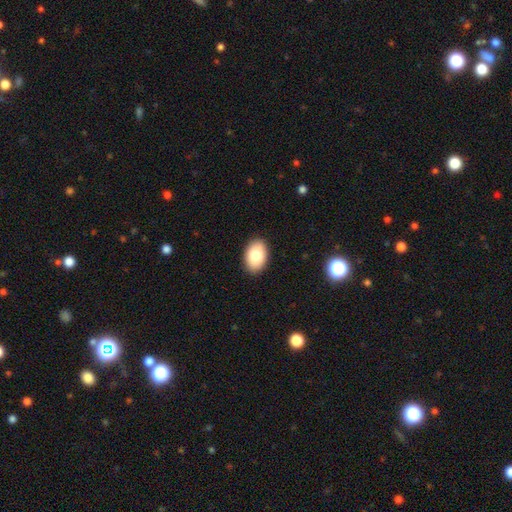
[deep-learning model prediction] Smooth or featured?
  - smooth: 83% *
  - featured or disk: 10%
  - star or artifact: 7%
How rounded?
  - in between: 89% *
  - round: 10%
  - cigar-shaped: 1%
Merging?
  - none: 90% *
  - minor disturbance: 7%
  - major disturbance: 2%
  - merger: 1%